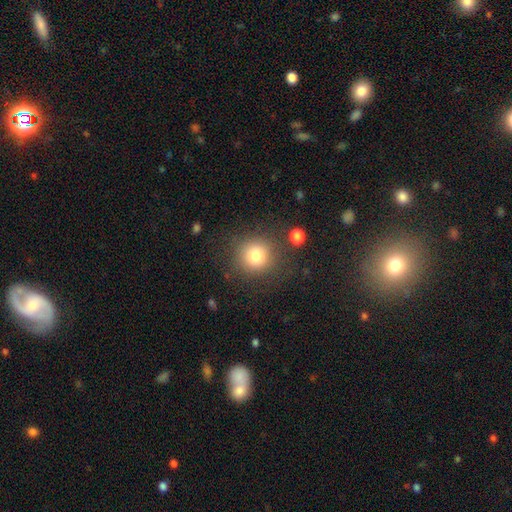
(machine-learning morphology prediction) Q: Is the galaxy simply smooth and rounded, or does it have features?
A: smooth — 79%.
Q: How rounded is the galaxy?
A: round — 90%.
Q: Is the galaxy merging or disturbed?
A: none — 82%.